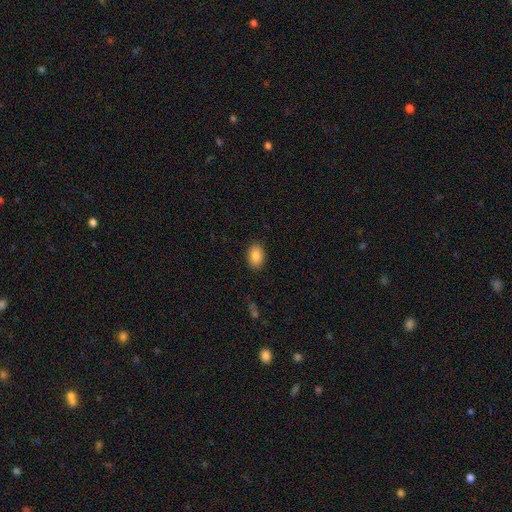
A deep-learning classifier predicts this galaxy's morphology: Smooth or featured: smooth — 87% (star or artifact — 7%)
How rounded: in between — 85% (round — 13%)
Merging: none — 89% (minor disturbance — 8%)